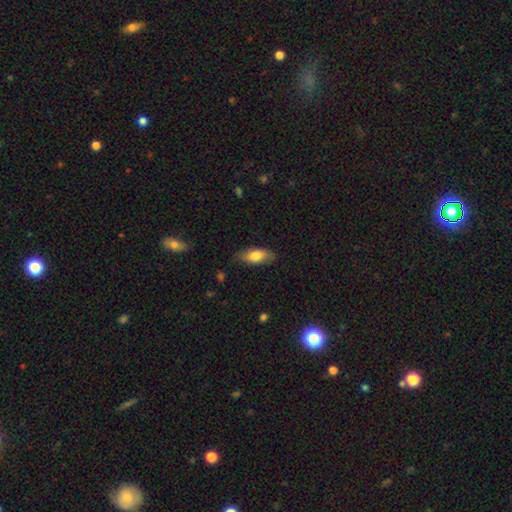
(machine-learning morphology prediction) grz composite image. It shows a smooth galaxy with no disk features (77%) that is in between round and cigar-shaped (83%). Merging: none (80%).